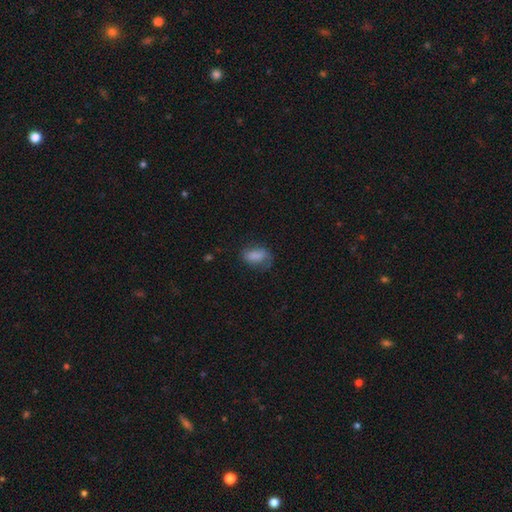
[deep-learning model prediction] The model was most divided on "merging": none: 53%, minor disturbance: 27%, major disturbance: 18%, merger: 2%. More confident: how rounded — in between (86%); smooth or featured — smooth (73%).